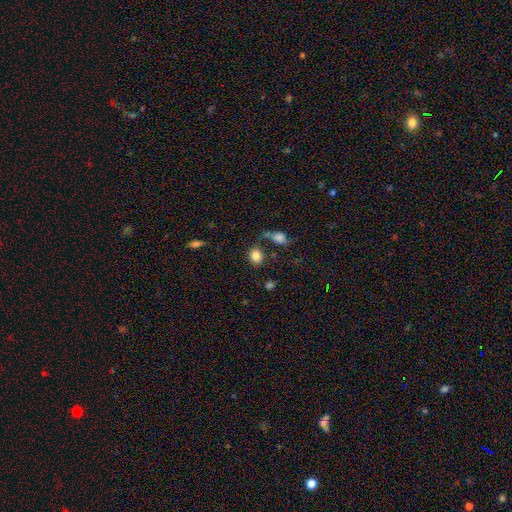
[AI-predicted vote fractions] A smooth galaxy with no disk features (83%) that is round (50%).

Vote fractions:
- Smooth or featured? smooth: 83% / star or artifact: 9% / featured or disk: 7%
- How rounded? round: 50% / in between: 48% / cigar-shaped: 1%
- Merging? none: 67% / minor disturbance: 14% / merger: 12% / major disturbance: 7%